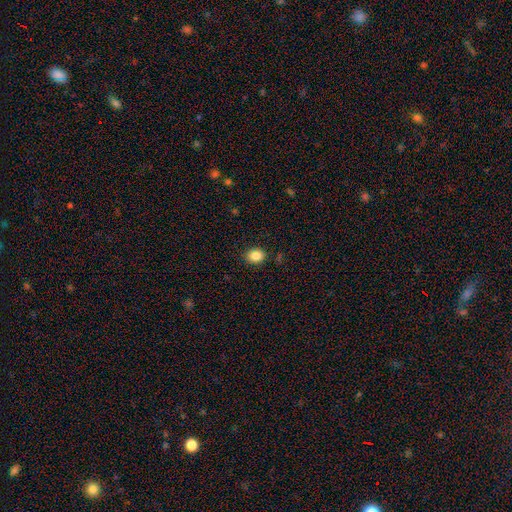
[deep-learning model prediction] Smooth or featured: smooth — 86% (star or artifact — 10%)
How rounded: round — 57% (in between — 42%)
Merging: none — 89% (minor disturbance — 8%)